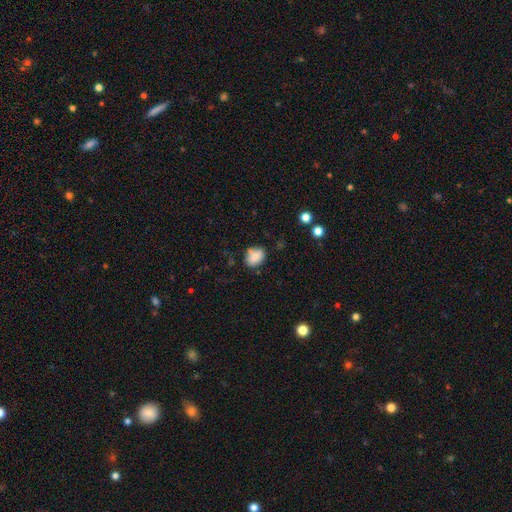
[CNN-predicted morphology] A smooth galaxy with no disk features (82%) that is in between round and cigar-shaped (68%). Merging: none (66%).